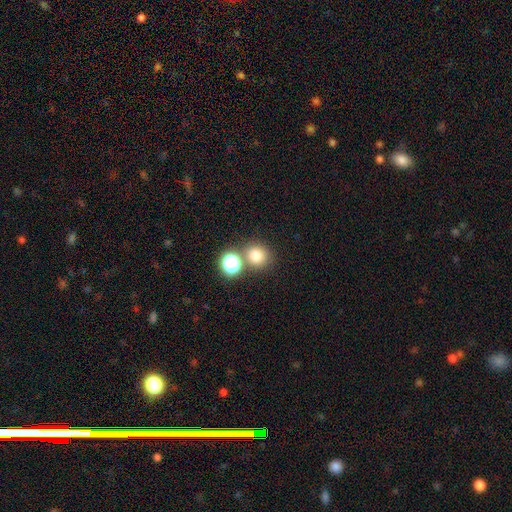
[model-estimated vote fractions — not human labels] Morphology: type=smooth (76%); roundness=round (88%); merging=none (69%).